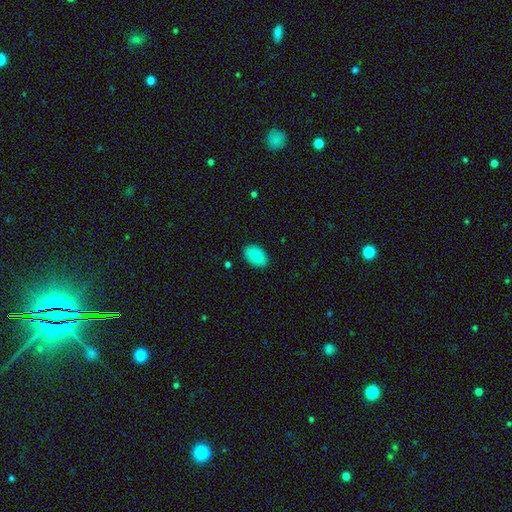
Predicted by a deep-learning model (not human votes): This appears to be a smooth galaxy with no disk features (82%) that is in between round and cigar-shaped (88%). Merging: none (89%).